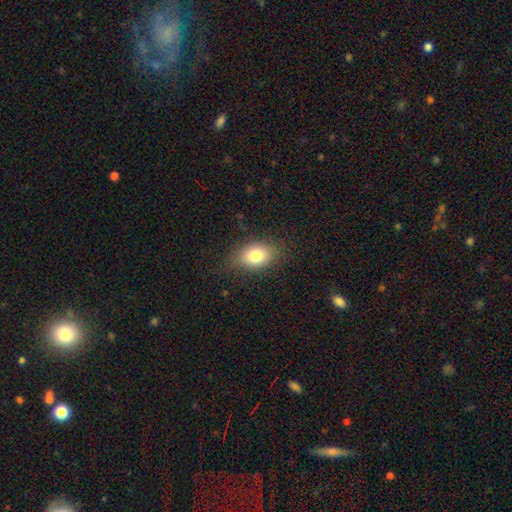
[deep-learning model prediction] Smooth or featured? smooth (79%)
How rounded? in between (81%)
Merging? none (79%)